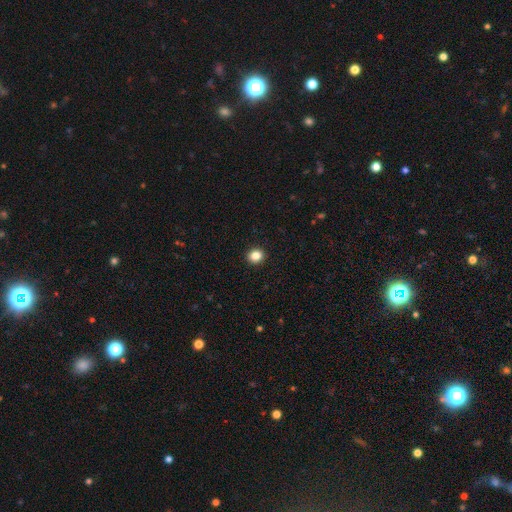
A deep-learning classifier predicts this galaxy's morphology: smooth 85%, star or artifact 11%, featured or disk 4%. Down the decision tree: how rounded — round (78%); merging — none (93%).